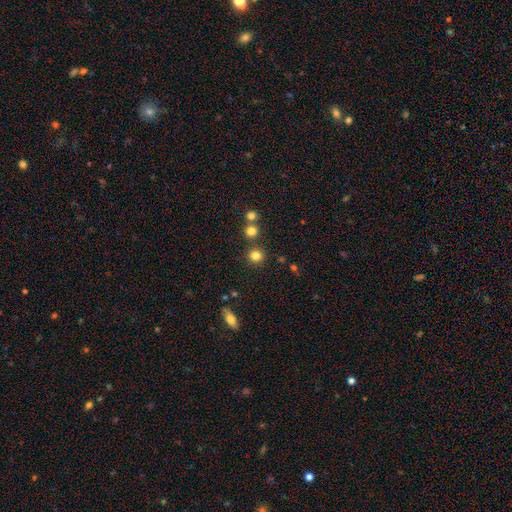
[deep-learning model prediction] Morphology: type=smooth (81%); roundness=round (91%); merging=none (83%).